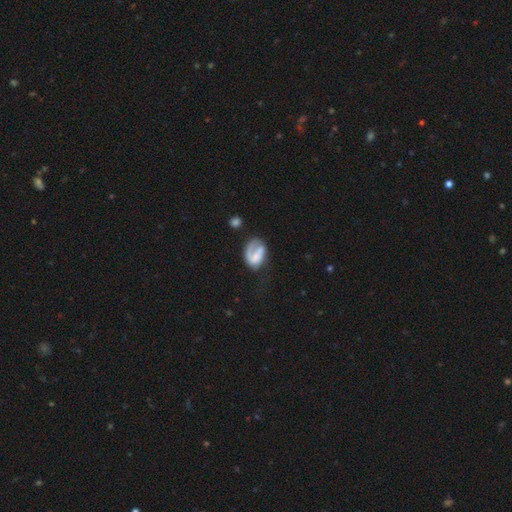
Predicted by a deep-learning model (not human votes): Q: Smooth or featured?
A: featured or disk (61%); runner-up: smooth (32%)
Q: Edge-on disk?
A: no (97%); runner-up: yes (3%)
Q: Bar?
A: no (46%); runner-up: weak (37%)
Q: Spiral arms?
A: yes (81%); runner-up: no (19%)
Q: Bulge size?
A: none (42%); runner-up: small (31%)
Q: Merging?
A: none (38%); runner-up: major disturbance (34%)